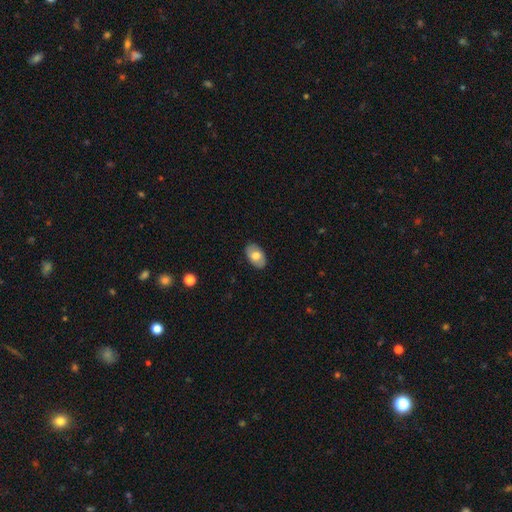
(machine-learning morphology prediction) Overall: smooth (68%). How rounded: in between (91%). Merging: none (86%).